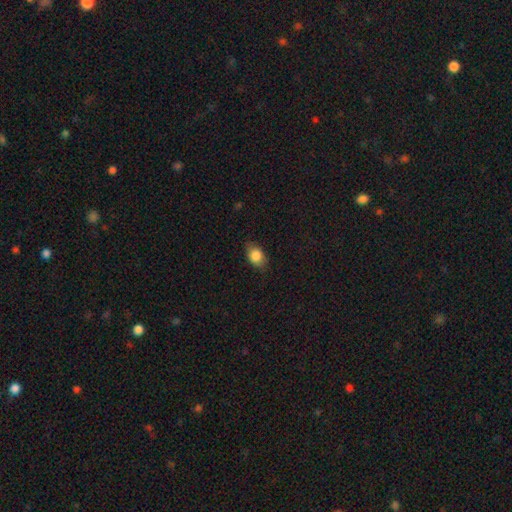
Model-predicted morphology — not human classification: The model was most divided on "merging": none: 79%, minor disturbance: 16%, major disturbance: 4%, merger: 1%. More confident: smooth or featured — smooth (84%); how rounded — in between (81%).